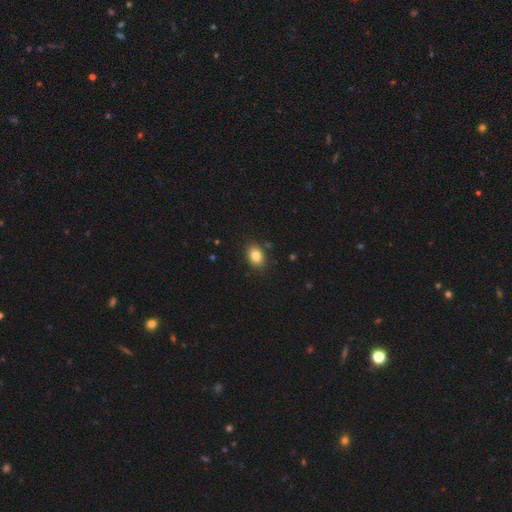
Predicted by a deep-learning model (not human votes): smooth-or-featured: smooth: 83% | star or artifact: 10% | featured or disk: 7%
  how-rounded: in between: 65% | round: 34% | cigar-shaped: 1%
  merging: none: 87% | minor disturbance: 9% | major disturbance: 2% | merger: 2%